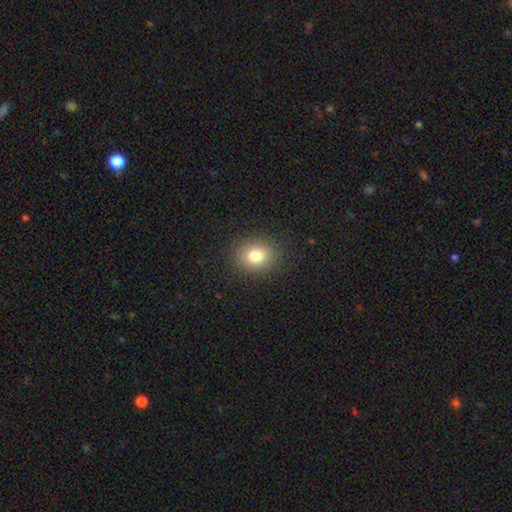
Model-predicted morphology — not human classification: type=smooth (79%); roundness=round (67%); merging=none (89%).